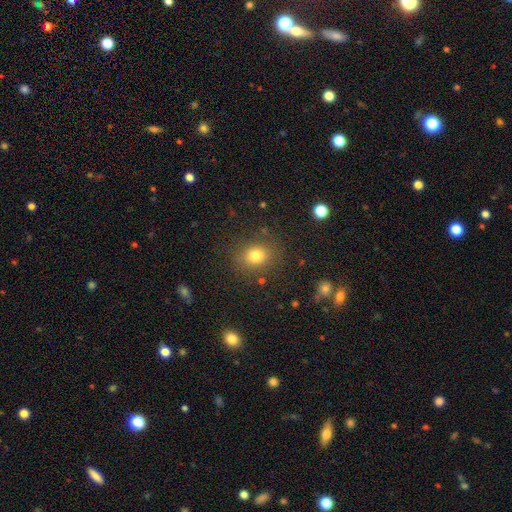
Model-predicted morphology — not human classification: This appears to be a smooth galaxy with no disk features (78%) that is round (60%). Merging: none (82%).